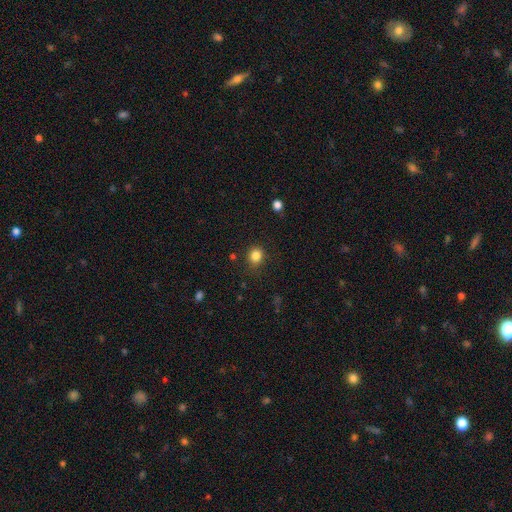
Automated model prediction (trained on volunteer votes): smooth 84%, star or artifact 12%, featured or disk 5%. Down the decision tree: how rounded — round (79%); merging — none (82%).